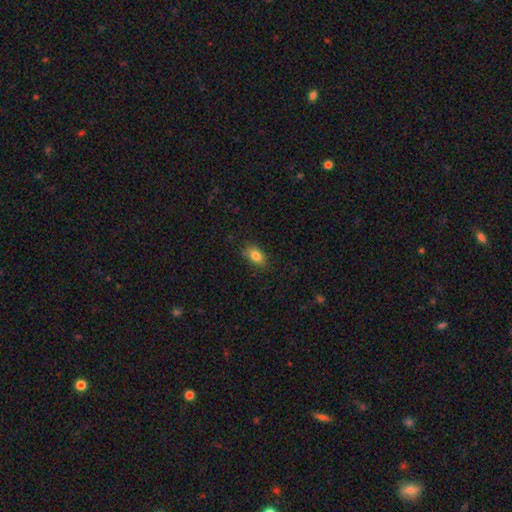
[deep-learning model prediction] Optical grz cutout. It shows a smooth galaxy with no disk features (83%) that is in between round and cigar-shaped (85%). Merging: none (80%).